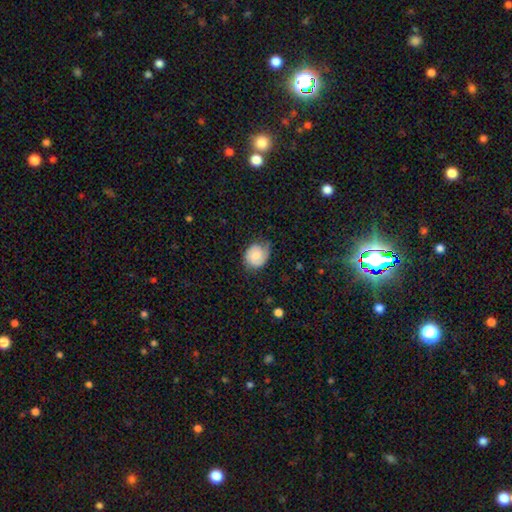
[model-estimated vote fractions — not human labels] Smooth or featured: smooth — 51% (featured or disk — 41%)
How rounded: round — 66% (in between — 33%)
Merging: none — 60% (minor disturbance — 30%)